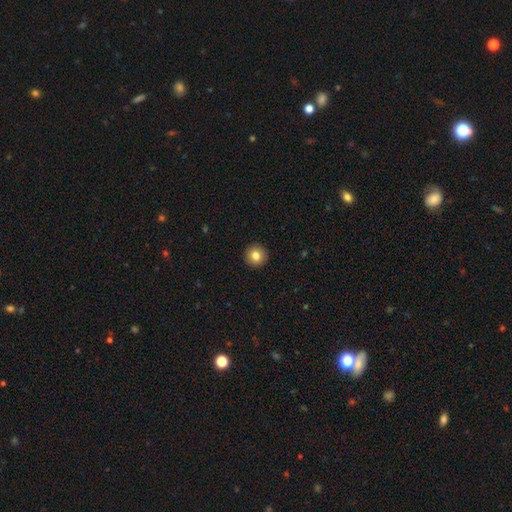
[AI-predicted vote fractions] A smooth galaxy with no disk features (81%) that is round (96%).

Vote fractions:
- Smooth or featured? smooth: 81% / star or artifact: 10% / featured or disk: 9%
- How rounded? round: 96% / in between: 4% / cigar-shaped: 1%
- Merging? none: 93% / minor disturbance: 4% / major disturbance: 1% / merger: 1%